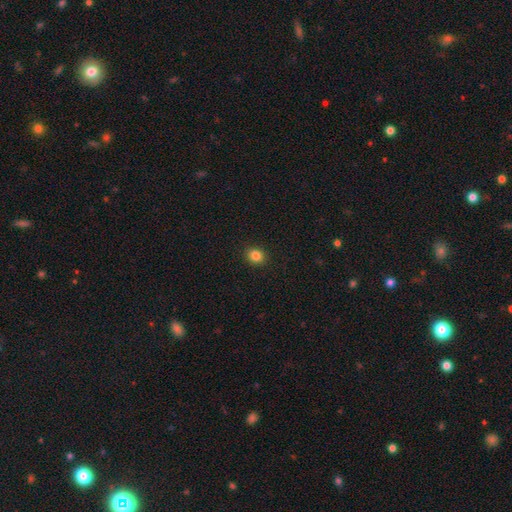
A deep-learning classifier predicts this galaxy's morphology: This appears to be a smooth galaxy with no disk features (83%) that is round (71%). Merging: none (92%).